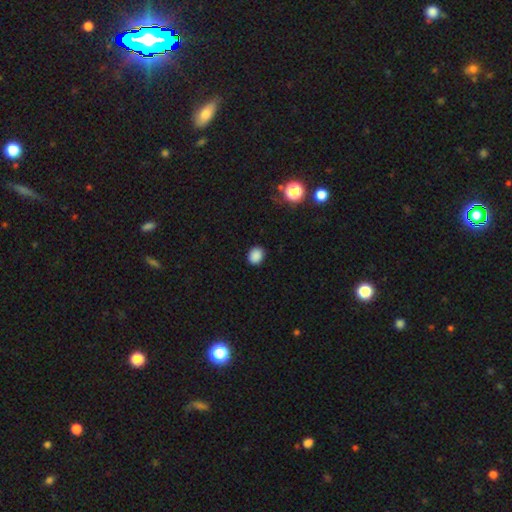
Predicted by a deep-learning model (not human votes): Smooth or featured: smooth — 87% (star or artifact — 11%)
How rounded: round — 60% (in between — 39%)
Merging: none — 90% (minor disturbance — 7%)